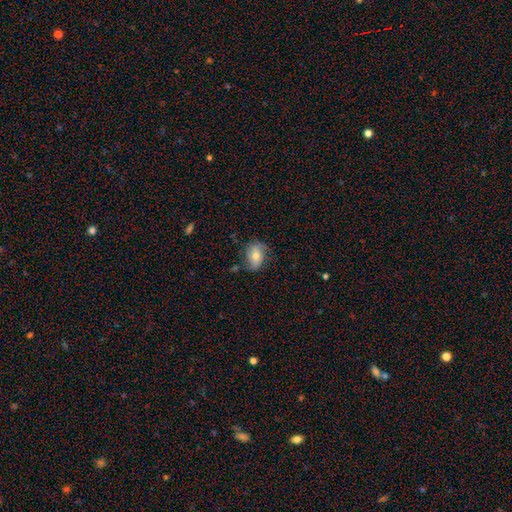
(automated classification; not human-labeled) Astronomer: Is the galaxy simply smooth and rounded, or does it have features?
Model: smooth — 54% (runner-up: featured or disk, 38%).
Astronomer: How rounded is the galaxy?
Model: in between — 73%.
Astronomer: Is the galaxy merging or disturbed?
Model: none — 64%.